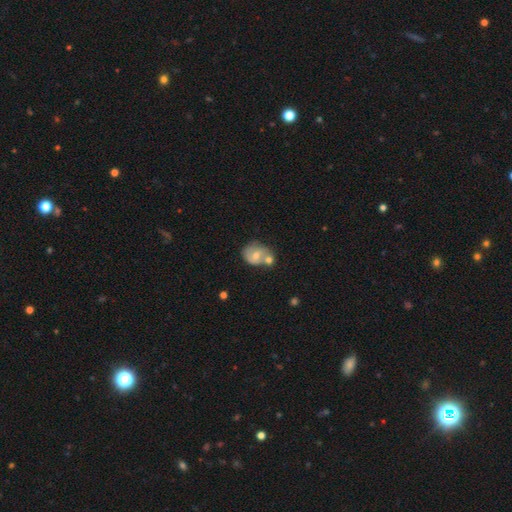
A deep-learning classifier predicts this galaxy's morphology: type=smooth (49%); merging=merger (40%).